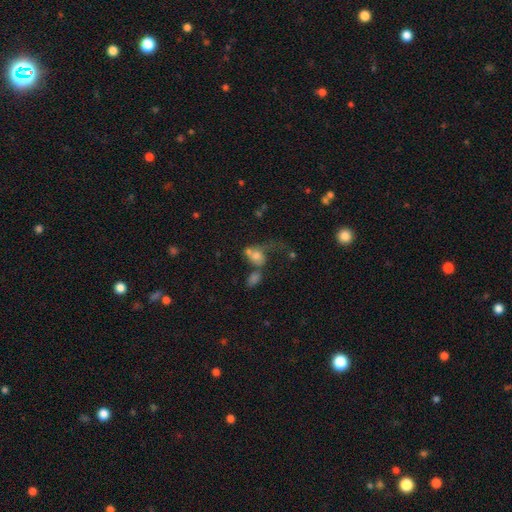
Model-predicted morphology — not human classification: This is likely a smooth galaxy (63%). How rounded: possibly in between (54%). Merging: possibly merger (46%).